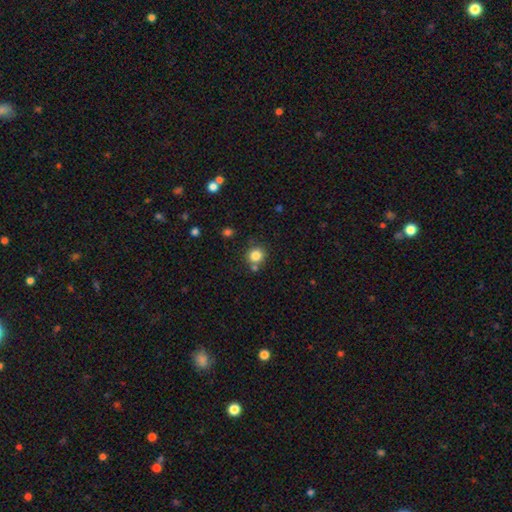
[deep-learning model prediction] smooth_or_featured: smooth (p=0.82) [alt: star or artifact p=0.11]
how_rounded: round (p=0.88) [alt: in between p=0.11]
merging: none (p=0.71) [alt: merger p=0.15]